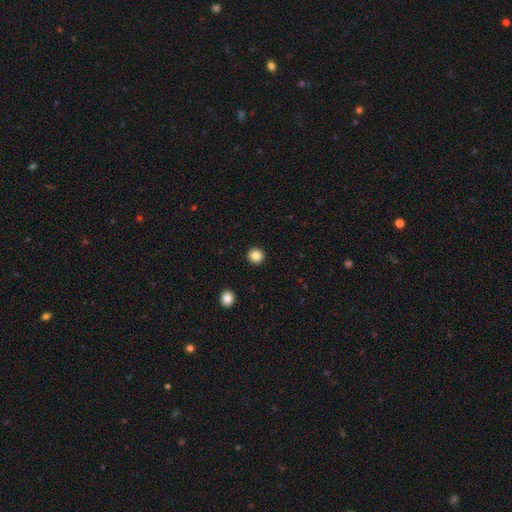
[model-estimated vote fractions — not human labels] smooth 85%, star or artifact 11%, featured or disk 5%. Down the decision tree: how rounded — round (94%); merging — none (94%).